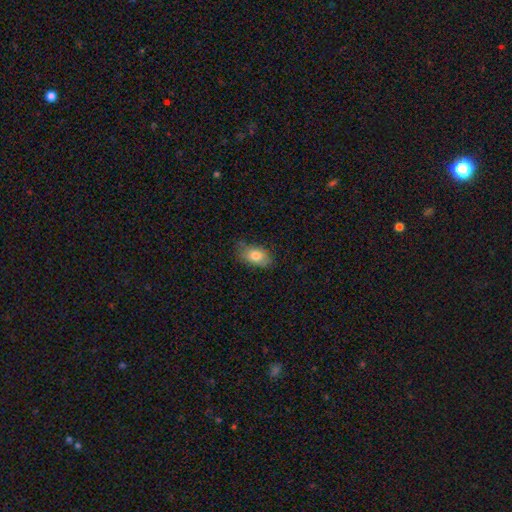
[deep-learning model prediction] Smooth or featured? smooth (80%)
How rounded? in between (90%)
Merging? none (69%)